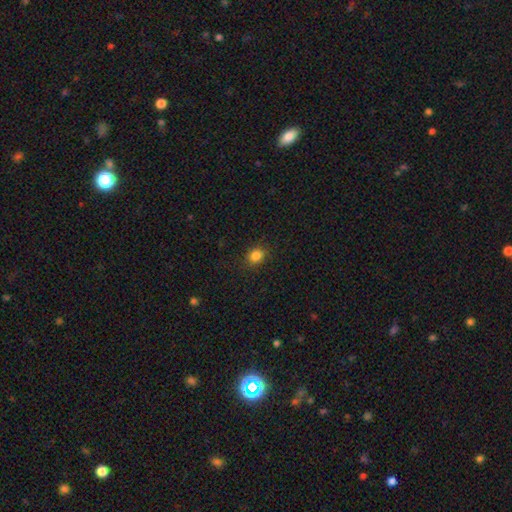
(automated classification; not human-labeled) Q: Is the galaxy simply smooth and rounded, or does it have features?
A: smooth — 84%.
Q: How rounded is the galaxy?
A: round — 56%.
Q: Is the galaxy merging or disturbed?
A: none — 87%.